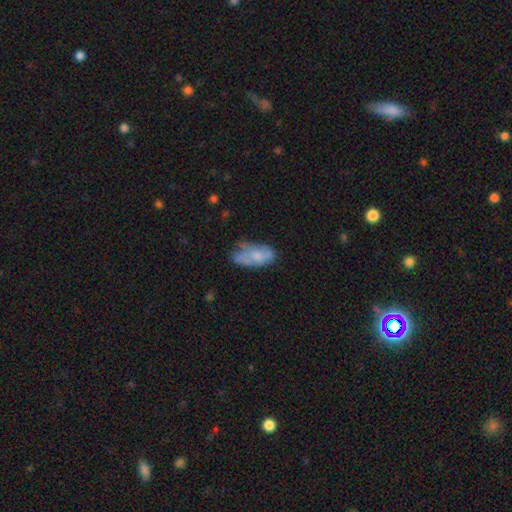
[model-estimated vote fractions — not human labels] The model was most divided on "merging": none: 47%, minor disturbance: 33%, major disturbance: 16%, merger: 4%. More confident: how rounded — in between (87%); smooth or featured — smooth (57%).